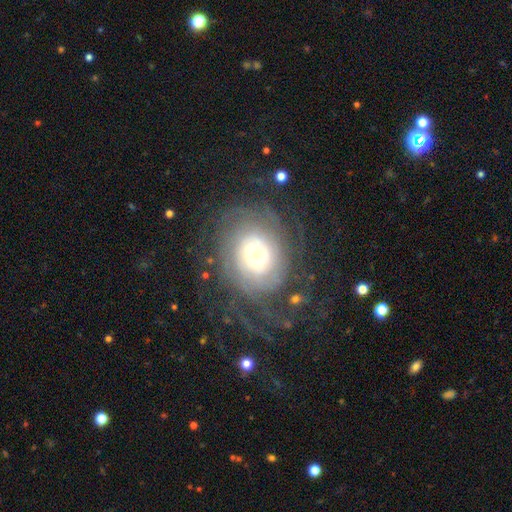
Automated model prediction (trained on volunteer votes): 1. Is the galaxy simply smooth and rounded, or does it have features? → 73% featured or disk, 19% smooth, 8% star or artifact.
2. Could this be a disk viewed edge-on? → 97% no, 3% yes.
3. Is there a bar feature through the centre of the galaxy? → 74% no, 20% weak, 6% strong.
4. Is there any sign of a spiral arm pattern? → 86% yes, 14% no.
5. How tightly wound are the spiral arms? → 63% tight, 23% medium, 14% loose.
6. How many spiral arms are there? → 44% can't tell, 21% 2, 11% 3, 9% 4, 8% more than 4, 8% 1.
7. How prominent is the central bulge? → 43% moderate, 30% large, 19% small, 7% dominant, 2% none.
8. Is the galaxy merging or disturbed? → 62% none, 20% major disturbance, 16% minor disturbance, 2% merger.